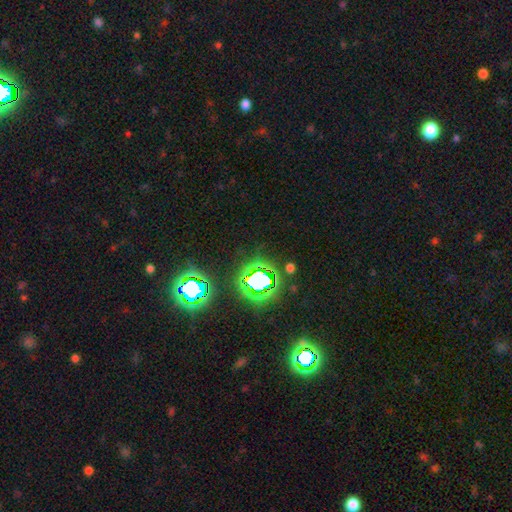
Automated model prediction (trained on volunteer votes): Smooth or featured? Predicted: star or artifact (p=0.79).